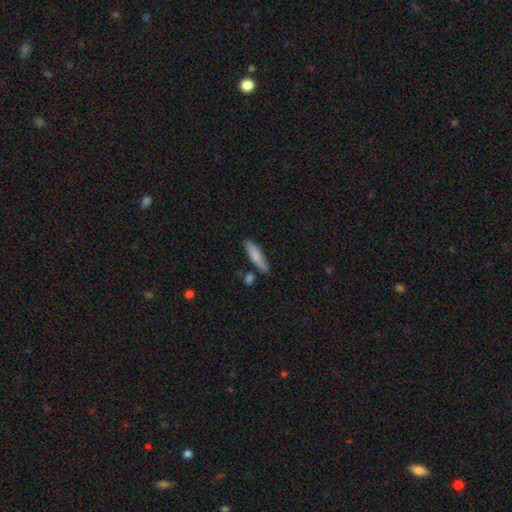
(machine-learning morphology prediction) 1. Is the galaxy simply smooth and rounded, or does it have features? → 78% smooth, 16% featured or disk, 6% star or artifact.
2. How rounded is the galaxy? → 77% cigar-shaped, 21% in between, 2% round.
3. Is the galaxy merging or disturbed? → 76% none, 15% minor disturbance, 6% merger, 3% major disturbance.